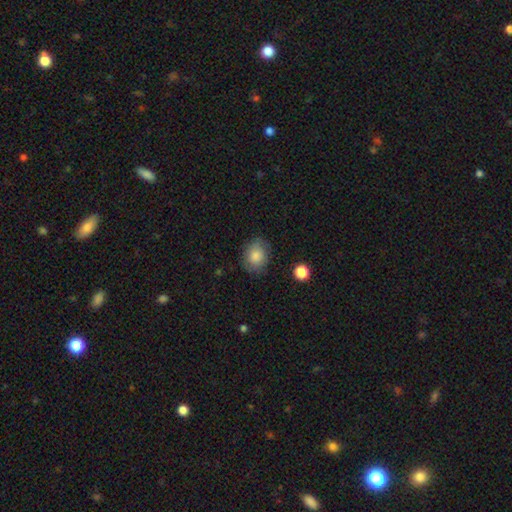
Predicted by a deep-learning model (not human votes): Smooth or featured?
  - smooth: 81% *
  - featured or disk: 10%
  - star or artifact: 9%
How rounded?
  - round: 51% *
  - in between: 48%
  - cigar-shaped: 1%
Merging?
  - none: 78% *
  - minor disturbance: 16%
  - major disturbance: 4%
  - merger: 1%